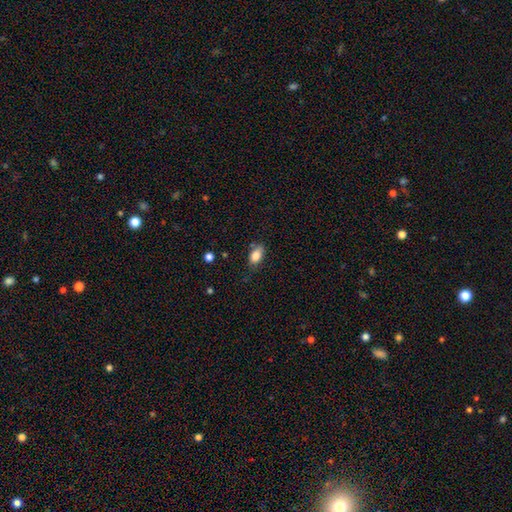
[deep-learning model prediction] Morphology: type=smooth (82%); roundness=in between (87%); merging=none (66%).